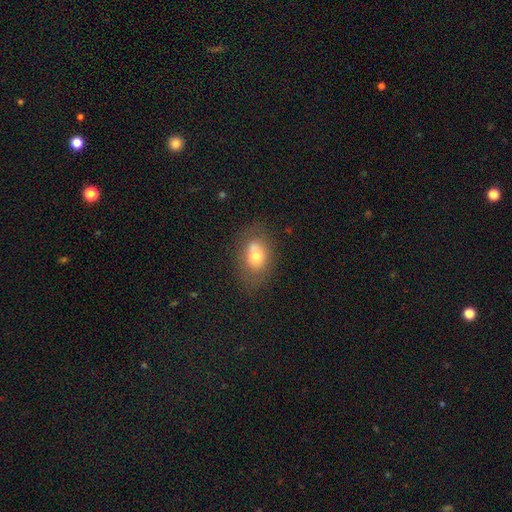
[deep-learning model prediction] smooth_or_featured: smooth (p=0.67) [alt: featured or disk p=0.23]
how_rounded: in between (p=0.78) [alt: round p=0.20]
merging: none (p=0.56) [alt: minor disturbance p=0.19]